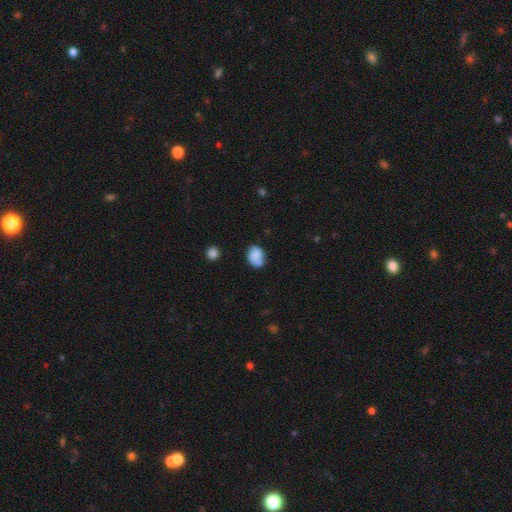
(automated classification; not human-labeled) smooth_or_featured: smooth (p=0.75) [alt: featured or disk p=0.16]
how_rounded: in between (p=0.59) [alt: round p=0.40]
merging: none (p=0.47) [alt: minor disturbance p=0.23]